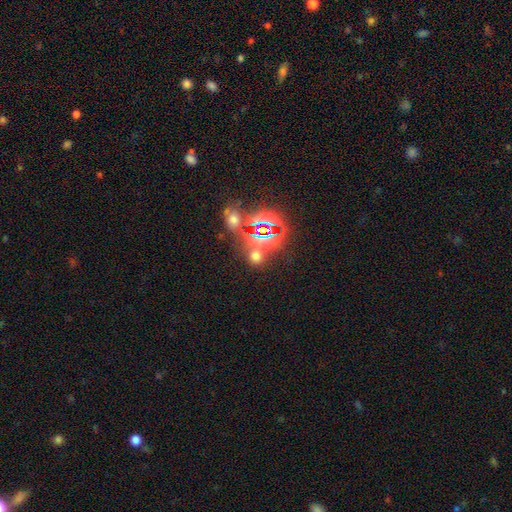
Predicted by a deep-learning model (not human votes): Smooth or featured: smooth — 47% (star or artifact — 46%)
Merging: none — 72% (merger — 15%)